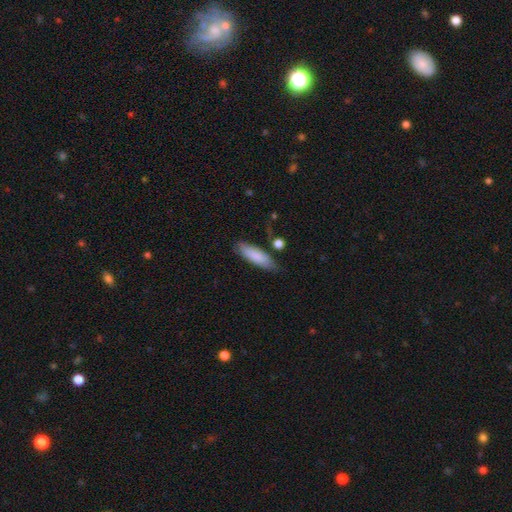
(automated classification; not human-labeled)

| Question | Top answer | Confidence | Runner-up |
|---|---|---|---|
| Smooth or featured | smooth | 82% | featured or disk (12%) |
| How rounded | in between | 49% | tied: cigar-shaped (49%) |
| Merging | none | 75% | minor disturbance (17%) |